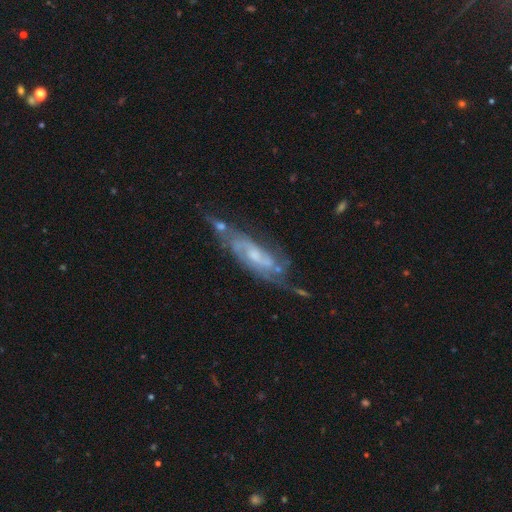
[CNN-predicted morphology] The model was most divided on "spiral winding": tight: 43%, medium: 42%, loose: 15%. Remaining: spiral arms — yes (92%); edge-on disk — no (84%); smooth or featured — featured or disk (82%); merging — none (54%); bulge size — small (51%); bar — no (46%); spiral arm count — 2 (45%).